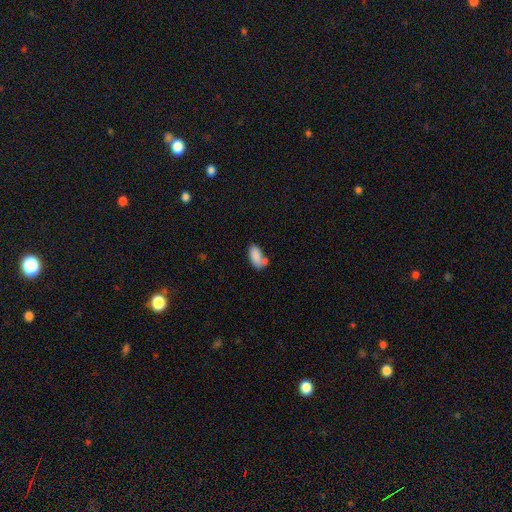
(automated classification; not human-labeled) smooth_or_featured: smooth (p=0.83) [alt: star or artifact p=0.09]
how_rounded: in between (p=0.92) [alt: cigar-shaped p=0.04]
merging: none (p=0.45) [alt: merger p=0.29]